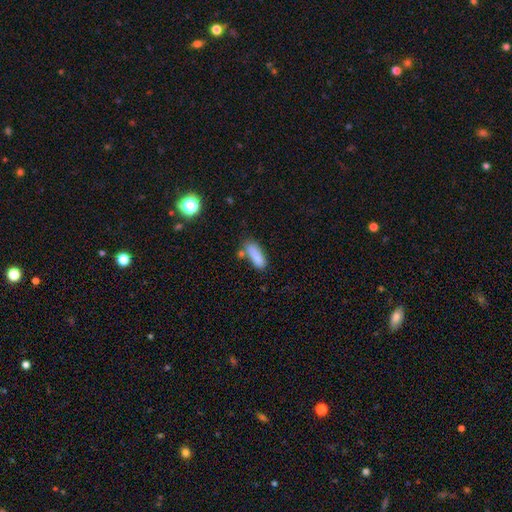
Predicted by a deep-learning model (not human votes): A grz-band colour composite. It shows a smooth galaxy with no disk features (85%) that is in between round and cigar-shaped (53%). Merging: none (61%).